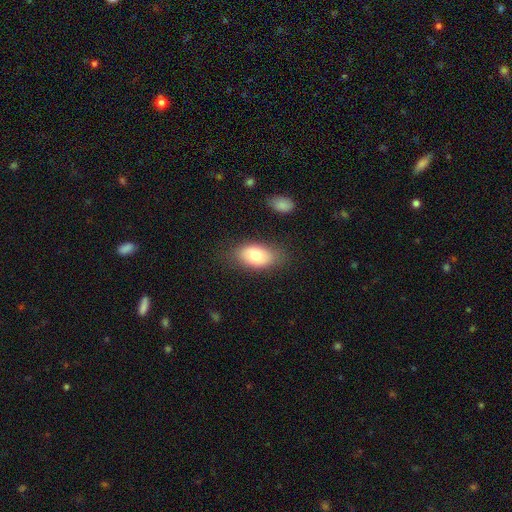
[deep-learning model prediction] smooth_or_featured: smooth (p=0.76) [alt: featured or disk p=0.17]
how_rounded: in between (p=0.90) [alt: round p=0.08]
merging: none (p=0.76) [alt: minor disturbance p=0.16]